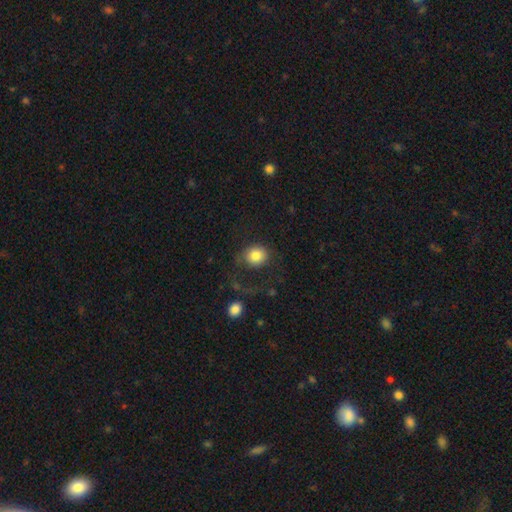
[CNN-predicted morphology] smooth_or_featured: smooth (p=0.82) [alt: featured or disk p=0.09]
how_rounded: round (p=0.74) [alt: in between p=0.25]
merging: none (p=0.62) [alt: major disturbance p=0.18]